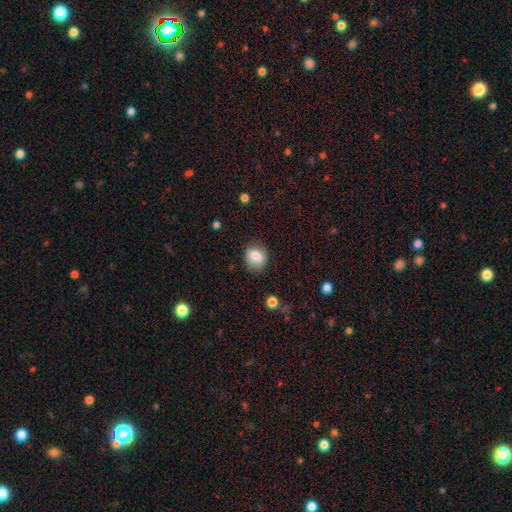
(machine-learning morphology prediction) Smooth or featured? smooth (81%)
How rounded? round (65%)
Merging? none (78%)